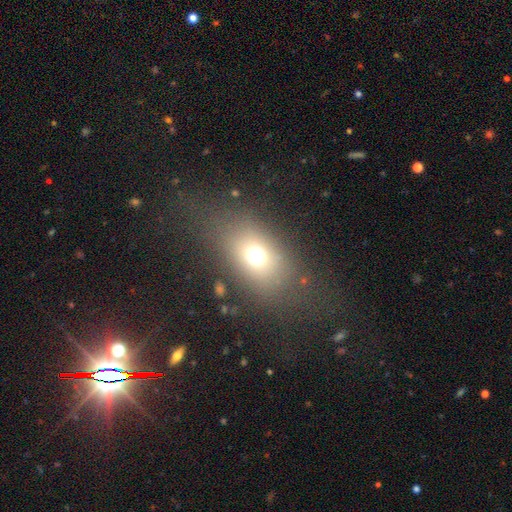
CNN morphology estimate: Smooth or featured? Predicted: smooth (p=0.66). How rounded? Predicted: in between (p=0.65). Merging? Predicted: none (p=0.74).